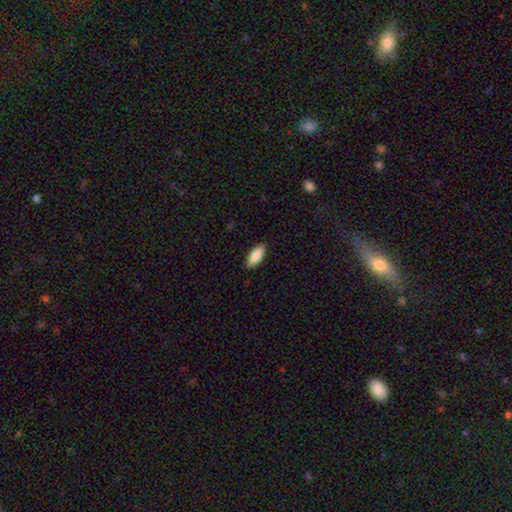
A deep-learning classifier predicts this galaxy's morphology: smooth-or-featured: smooth: 88% | featured or disk: 7% | star or artifact: 6%
  how-rounded: in between: 79% | cigar-shaped: 20% | round: 2%
  merging: none: 88% | minor disturbance: 9% | major disturbance: 2% | merger: 1%